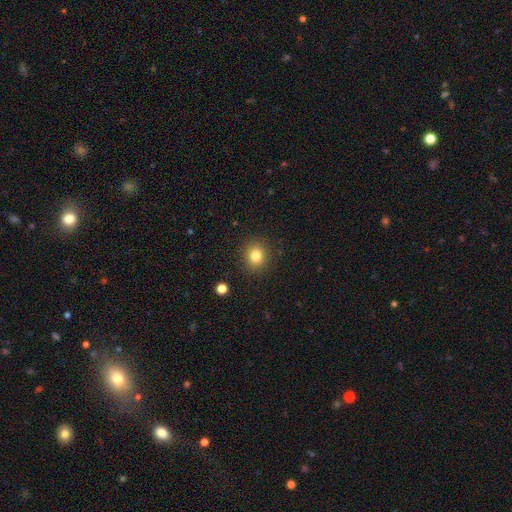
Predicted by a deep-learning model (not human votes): Smooth or featured: smooth — 81% (star or artifact — 12%)
How rounded: round — 82% (in between — 17%)
Merging: none — 90% (minor disturbance — 7%)